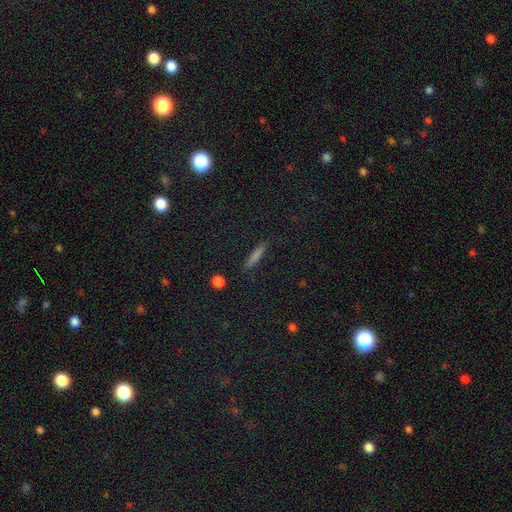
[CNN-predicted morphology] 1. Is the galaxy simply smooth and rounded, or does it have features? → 40% smooth, 34% star or artifact, 26% featured or disk.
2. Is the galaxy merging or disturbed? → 82% none, 10% minor disturbance, 5% major disturbance, 3% merger.